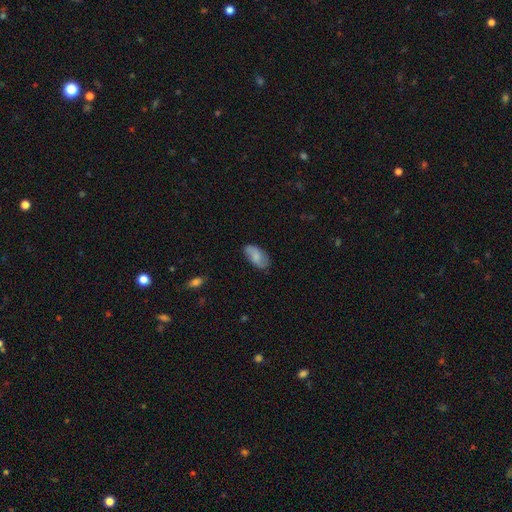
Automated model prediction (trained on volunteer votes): A smooth galaxy with no disk features (70%) that is in between round and cigar-shaped (93%). Merging: none (75%).